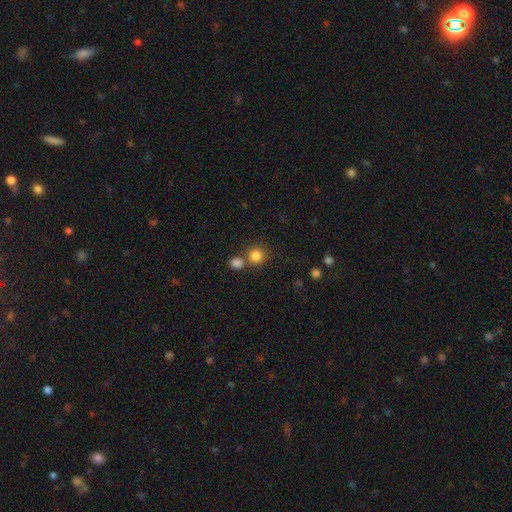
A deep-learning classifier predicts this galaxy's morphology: Smooth or featured? Predicted: smooth (p=0.84). How rounded? Predicted: round (p=0.90). Merging? Predicted: none (p=0.64).